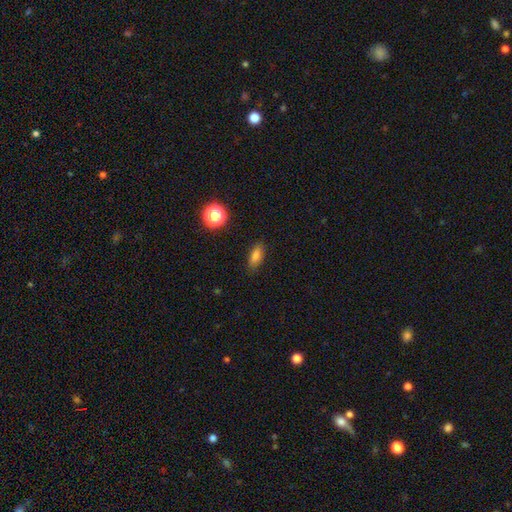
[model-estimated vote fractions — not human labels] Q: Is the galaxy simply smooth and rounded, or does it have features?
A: smooth — 79%.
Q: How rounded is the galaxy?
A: in between — 76%.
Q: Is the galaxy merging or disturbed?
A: none — 86%.